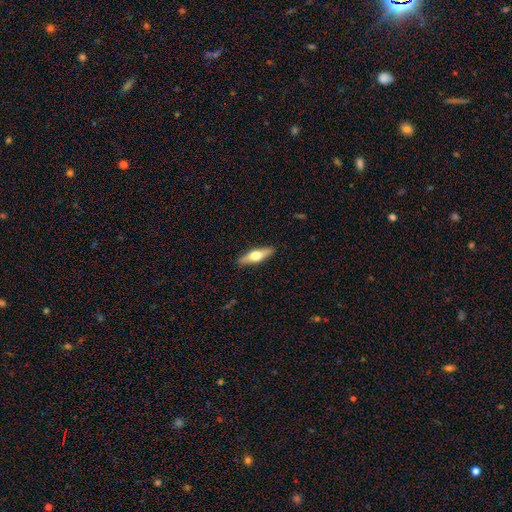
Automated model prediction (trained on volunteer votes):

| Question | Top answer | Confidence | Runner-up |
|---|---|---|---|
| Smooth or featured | featured or disk | 50% | smooth (45%) |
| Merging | none | 90% | minor disturbance (7%) |